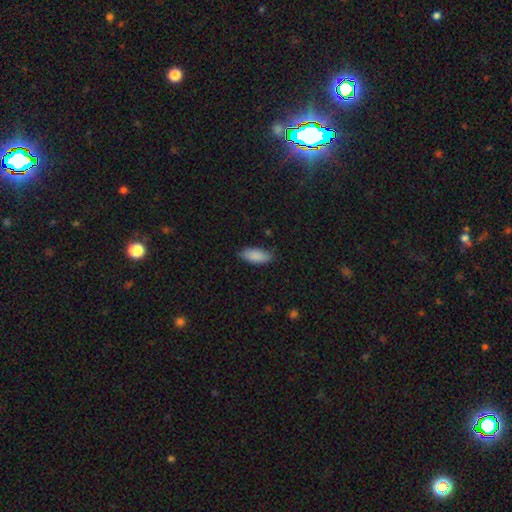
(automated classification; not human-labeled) Smooth or featured? Predicted: smooth (p=0.88). How rounded? Predicted: in between (p=0.84). Merging? Predicted: none (p=0.79).